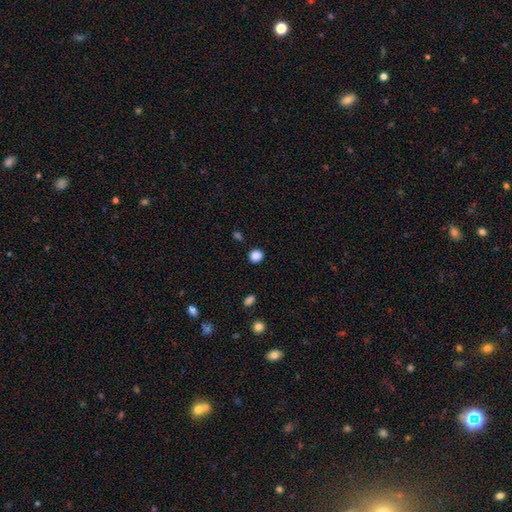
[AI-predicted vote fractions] This appears to be a smooth galaxy with no disk features (86%) that is round (89%). Merging: none (88%).